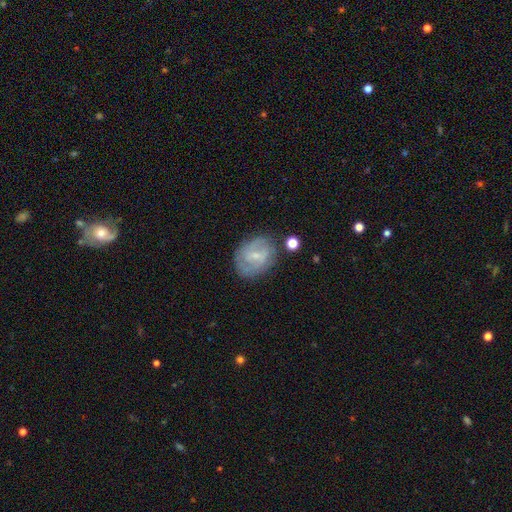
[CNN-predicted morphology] featured or disk 67%, smooth 25%, star or artifact 7%. Down the decision tree: edge-on disk — no (97%); bar — weak (54%); spiral arms — yes (82%); spiral arm count — 2 (51%); spiral winding — tight (44%); bulge size — small (68%); merging — none (69%).